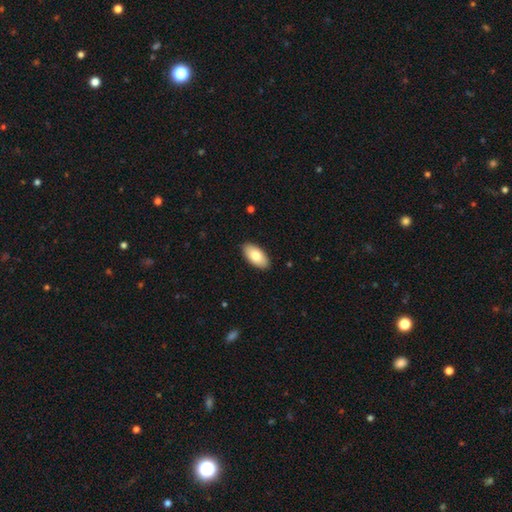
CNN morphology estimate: Smooth or featured?
  - smooth: 81% *
  - featured or disk: 13%
  - star or artifact: 6%
How rounded?
  - in between: 94% *
  - cigar-shaped: 3%
  - round: 2%
Merging?
  - none: 90% *
  - minor disturbance: 8%
  - major disturbance: 2%
  - merger: 1%